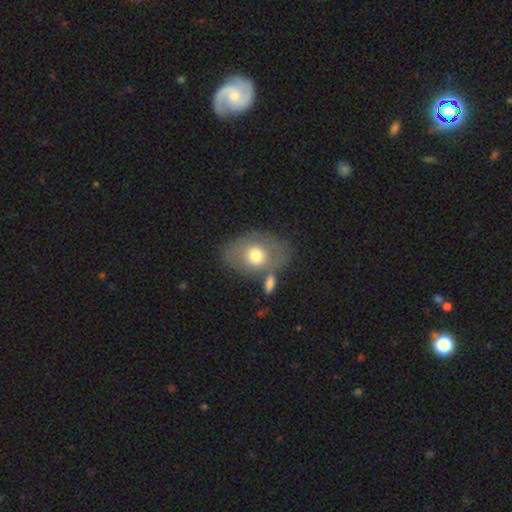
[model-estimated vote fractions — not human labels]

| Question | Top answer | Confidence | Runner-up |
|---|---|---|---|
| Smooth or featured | smooth | 64% | featured or disk (29%) |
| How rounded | in between | 73% | round (26%) |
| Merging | none | 60% | merger (17%) |